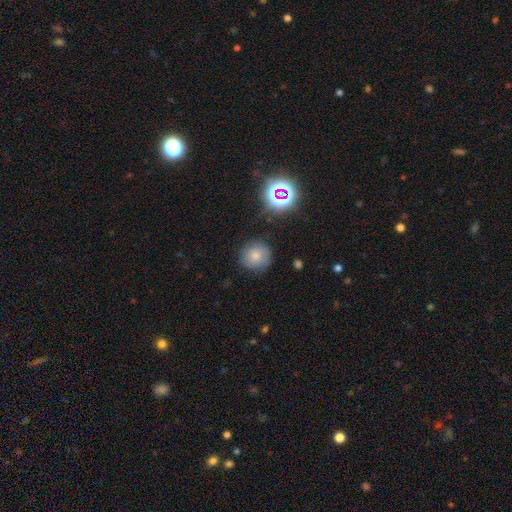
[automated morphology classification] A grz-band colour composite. It shows a smooth galaxy with no disk features (73%) that is round (92%). Merging: none (82%).